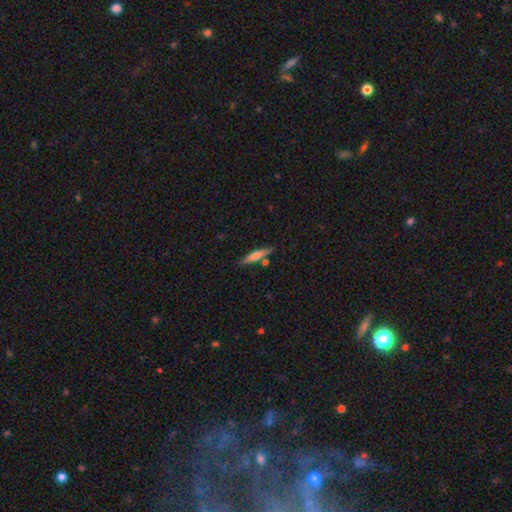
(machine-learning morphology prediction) The model was most divided on "smooth or featured": smooth: 59%, featured or disk: 34%, star or artifact: 6%. More confident: how rounded — cigar-shaped (86%); merging — none (79%).